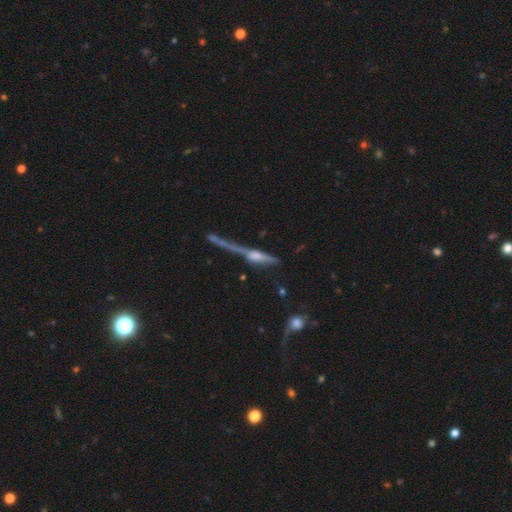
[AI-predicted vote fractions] smooth-or-featured: featured or disk: 64% | smooth: 24% | star or artifact: 12%
  disk-edge-on: yes: 90% | no: 10%
    edge-on-bulge: rounded: 70% | none: 15% | boxy: 15%
  merging: none: 51% | minor disturbance: 18% | merger: 18% | major disturbance: 13%